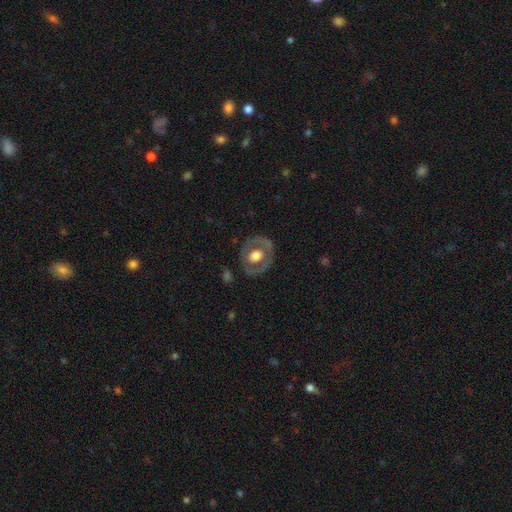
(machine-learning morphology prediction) Smooth or featured?
  - featured or disk: 55% *
  - smooth: 40%
  - star or artifact: 6%
Edge-on disk?
  - no: 94% *
  - yes: 6%
Bar?
  - no: 85% *
  - weak: 12%
  - strong: 3%
Spiral arms?
  - no: 85% *
  - yes: 15%
Bulge size?
  - large: 51% *
  - moderate: 40%
  - dominant: 5%
  - small: 3%
  - none: 2%
Merging?
  - none: 78% *
  - minor disturbance: 14%
  - major disturbance: 6%
  - merger: 1%